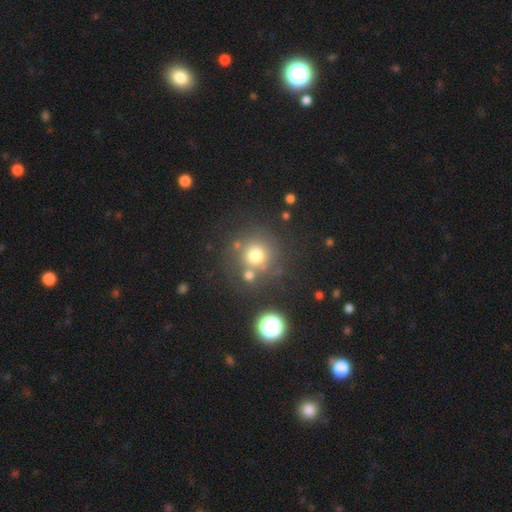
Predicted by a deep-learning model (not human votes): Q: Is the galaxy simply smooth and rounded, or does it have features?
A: smooth — 71%.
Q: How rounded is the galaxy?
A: round — 92%.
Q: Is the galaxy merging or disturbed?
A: none — 67%.